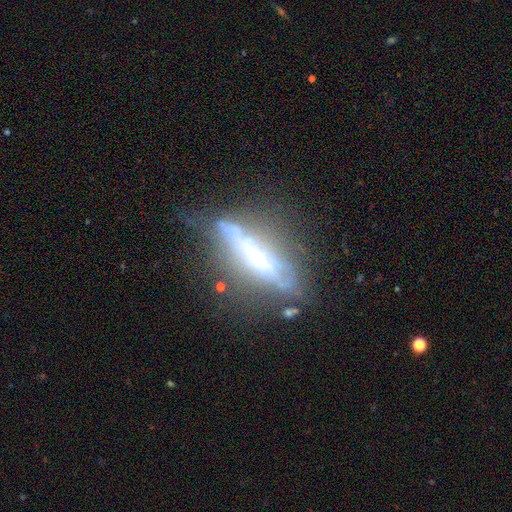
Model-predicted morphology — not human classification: The model was most divided on "edge-on bulge": none: 49%, rounded: 32%, boxy: 19%. More confident: edge-on disk — yes (78%); smooth or featured — featured or disk (75%); merging — none (57%).